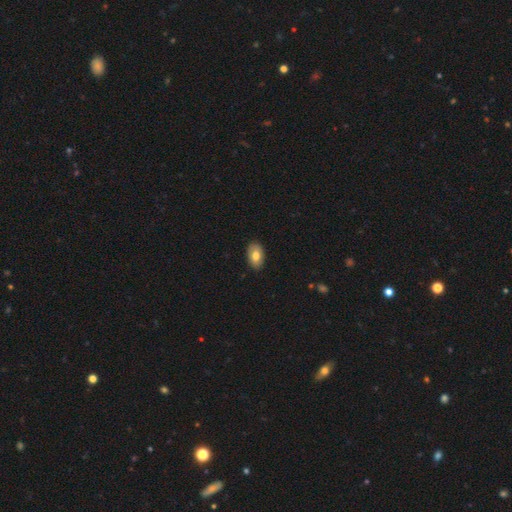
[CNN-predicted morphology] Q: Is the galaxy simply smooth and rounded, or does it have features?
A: smooth — 77%.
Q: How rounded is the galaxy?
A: in between — 92%.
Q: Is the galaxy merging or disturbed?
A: none — 88%.